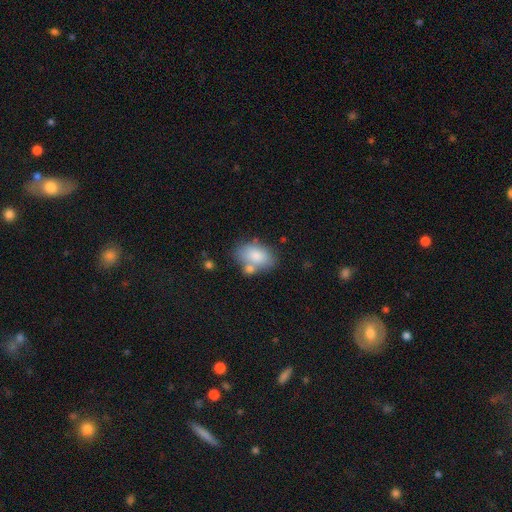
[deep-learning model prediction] Smooth or featured: smooth — 81% (featured or disk — 12%)
How rounded: in between — 87% (round — 12%)
Merging: none — 56% (merger — 20%)